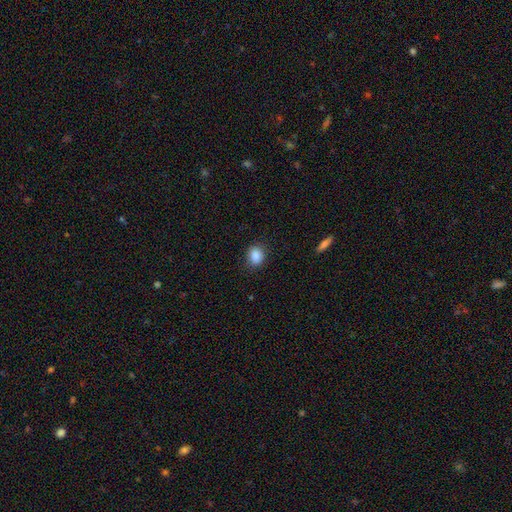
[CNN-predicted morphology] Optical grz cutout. It shows a smooth galaxy with no disk features (87%) that is in between round and cigar-shaped (52%). Merging: none (81%).